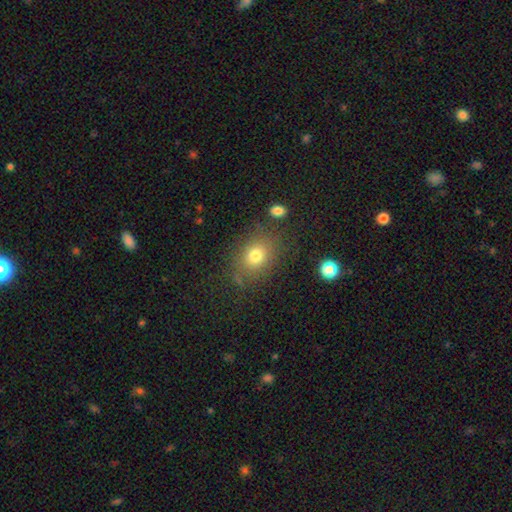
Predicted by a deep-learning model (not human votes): Smooth or featured: smooth — 76% (star or artifact — 14%)
How rounded: round — 52% (in between — 47%)
Merging: none — 79% (minor disturbance — 13%)